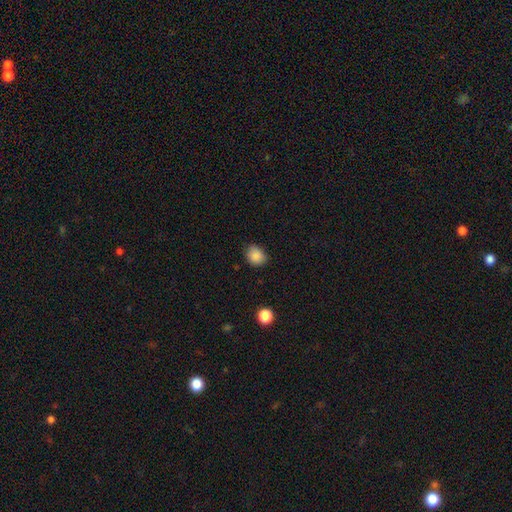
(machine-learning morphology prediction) Smooth or featured? Predicted: smooth (p=0.87). How rounded? Predicted: round (p=0.55). Merging? Predicted: none (p=0.77).